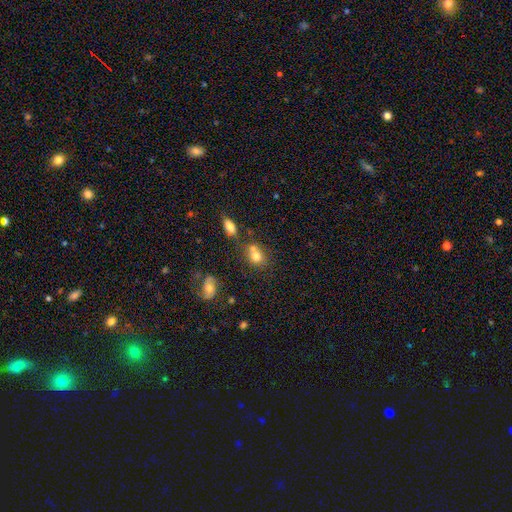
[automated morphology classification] Smooth or featured: smooth — 75% (featured or disk — 13%)
How rounded: round — 62% (in between — 37%)
Merging: none — 43% (merger — 40%)